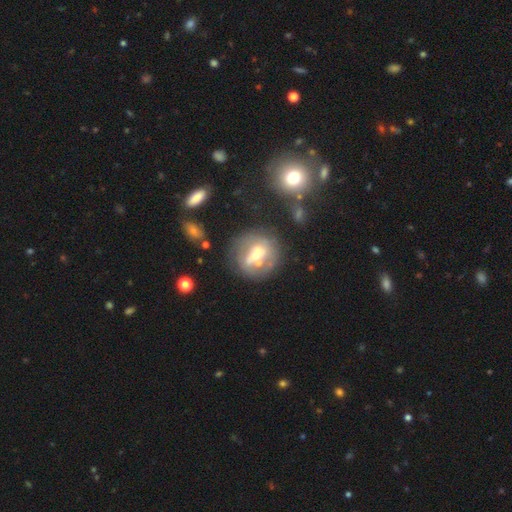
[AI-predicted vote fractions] Overall: featured or disk (56%; smooth 33%). Edge-on disk: no (94%). Bar: no (55%; weak 28%). Spiral arms: no (74%). Bulge size: moderate (53%; small 33%). Merging: none (51%; merger 22%).